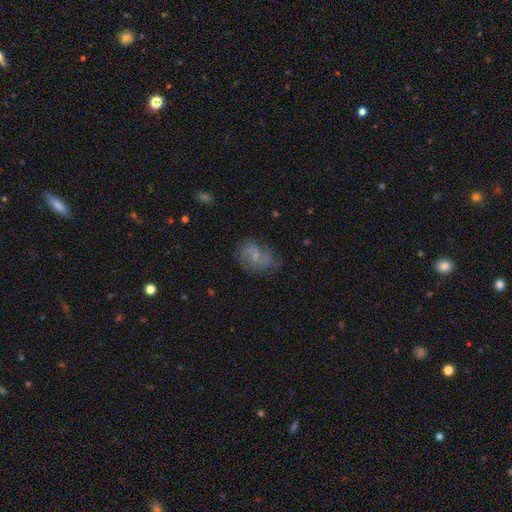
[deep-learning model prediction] Smooth or featured?
  - featured or disk: 56% *
  - smooth: 33%
  - star or artifact: 11%
Edge-on disk?
  - no: 97% *
  - yes: 3%
Bar?
  - no: 54% *
  - weak: 39%
  - strong: 7%
Spiral arms?
  - yes: 79% *
  - no: 21%
Bulge size?
  - small: 56% *
  - moderate: 22%
  - none: 20%
  - large: 2%
  - dominant: 1%
Merging?
  - none: 61% *
  - minor disturbance: 23%
  - major disturbance: 12%
  - merger: 4%